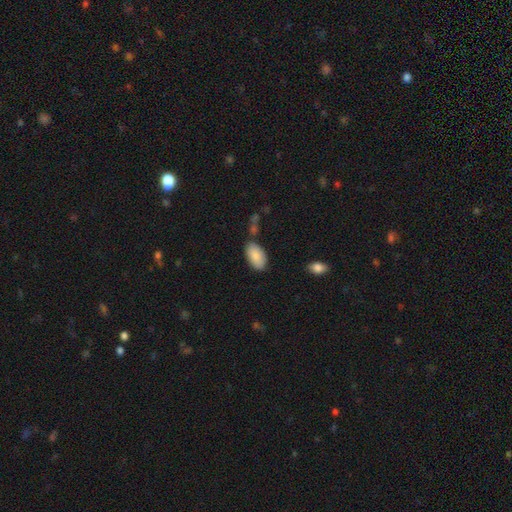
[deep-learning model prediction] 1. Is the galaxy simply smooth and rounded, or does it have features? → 86% smooth, 8% featured or disk, 6% star or artifact.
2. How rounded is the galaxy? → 95% in between, 3% round, 2% cigar-shaped.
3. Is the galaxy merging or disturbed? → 77% none, 14% minor disturbance, 6% merger, 3% major disturbance.